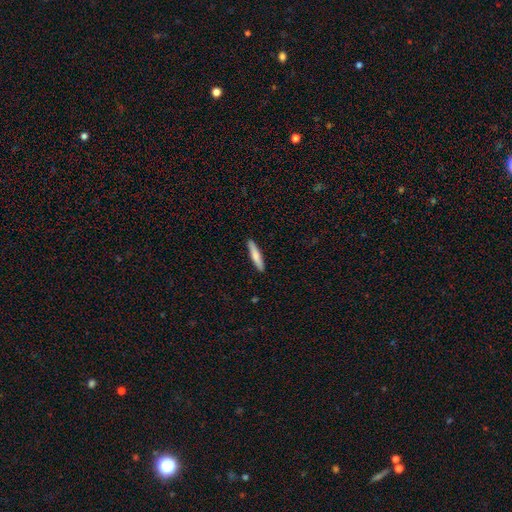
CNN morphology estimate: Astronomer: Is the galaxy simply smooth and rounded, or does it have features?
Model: smooth — 75%.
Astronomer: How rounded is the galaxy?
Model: cigar-shaped — 88%.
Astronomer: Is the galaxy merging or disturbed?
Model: none — 91%.